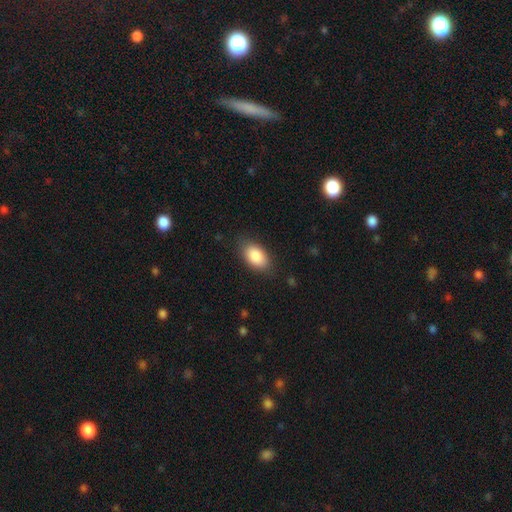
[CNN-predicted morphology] smooth_or_featured: smooth (p=0.88) [alt: star or artifact p=0.06]
how_rounded: in between (p=0.93) [alt: round p=0.05]
merging: none (p=0.81) [alt: minor disturbance p=0.14]